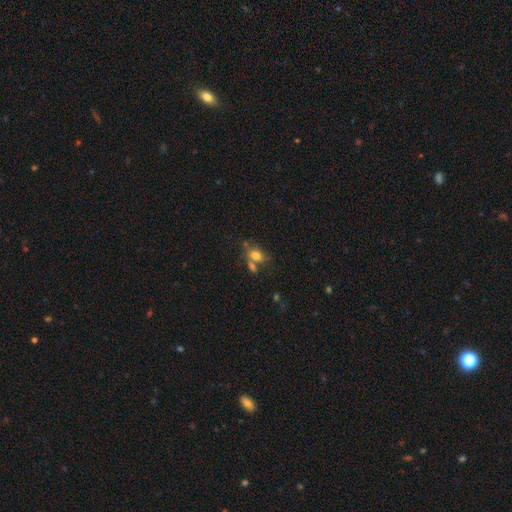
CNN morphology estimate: smooth-or-featured: smooth: 73% | featured or disk: 15% | star or artifact: 12%
  how-rounded: in between: 77% | round: 19% | cigar-shaped: 4%
  merging: none: 43% | merger: 32% | minor disturbance: 16% | major disturbance: 8%